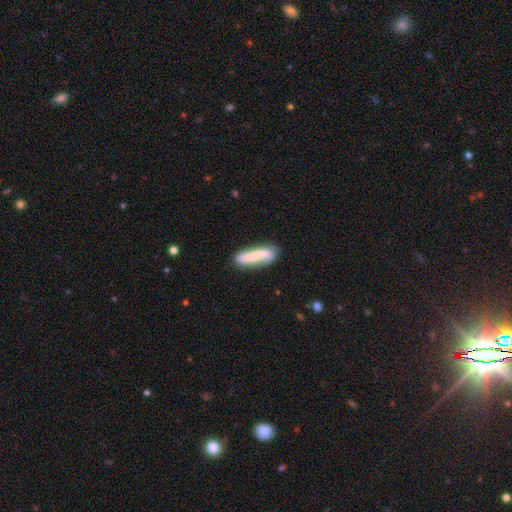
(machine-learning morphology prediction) Overall: smooth (57%; featured or disk 36%). How rounded: cigar-shaped (65%; in between 33%). Merging: none (70%).